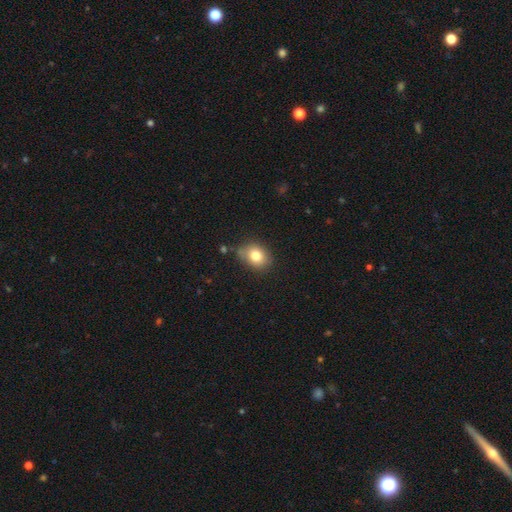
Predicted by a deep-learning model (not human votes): A smooth galaxy with no disk features (80%) that is in between round and cigar-shaped (54%). Merging: none (70%).